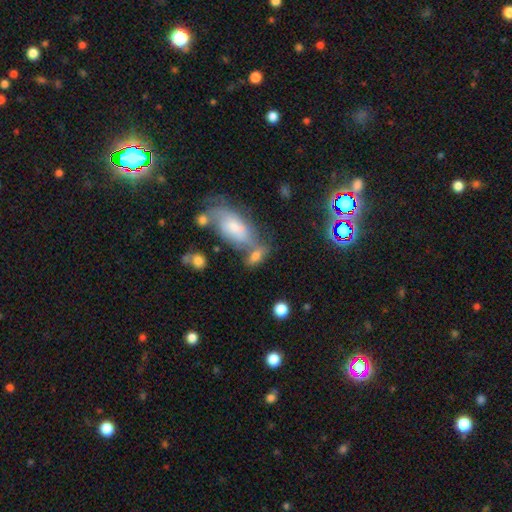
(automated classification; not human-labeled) smooth-or-featured: smooth: 68% | featured or disk: 20% | star or artifact: 12%
  how-rounded: in between: 78% | cigar-shaped: 13% | round: 9%
  merging: none: 45% | merger: 31% | minor disturbance: 15% | major disturbance: 8%